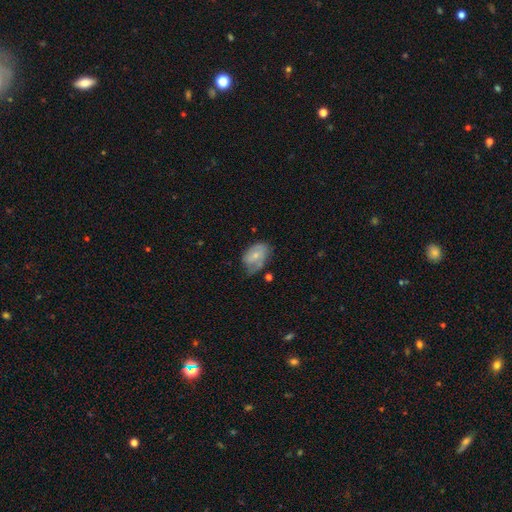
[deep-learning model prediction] smooth-or-featured: smooth: 55% | featured or disk: 38% | star or artifact: 7%
  how-rounded: in between: 86% | round: 13% | cigar-shaped: 1%
  merging: none: 43% | minor disturbance: 37% | major disturbance: 16% | merger: 5%